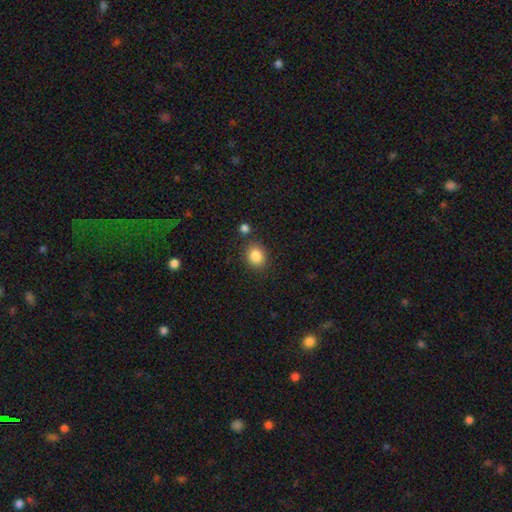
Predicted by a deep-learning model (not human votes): The model was most divided on "how rounded": round: 64%, in between: 35%, cigar-shaped: 1%. More confident: smooth or featured — smooth (85%); merging — none (81%).